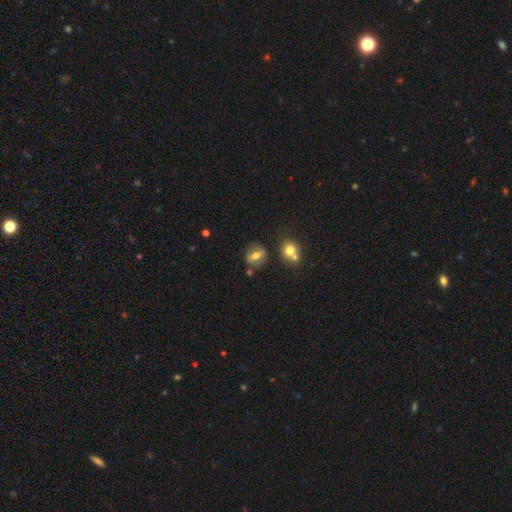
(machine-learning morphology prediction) Overall: smooth (50%; featured or disk 40%). Merging: none (70%).